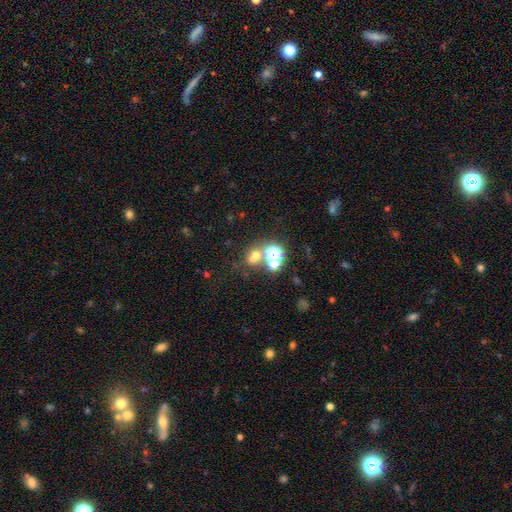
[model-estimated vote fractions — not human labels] Smooth or featured? Predicted: smooth (p=0.51). How rounded? Predicted: round (p=0.63). Merging? Predicted: none (p=0.53).